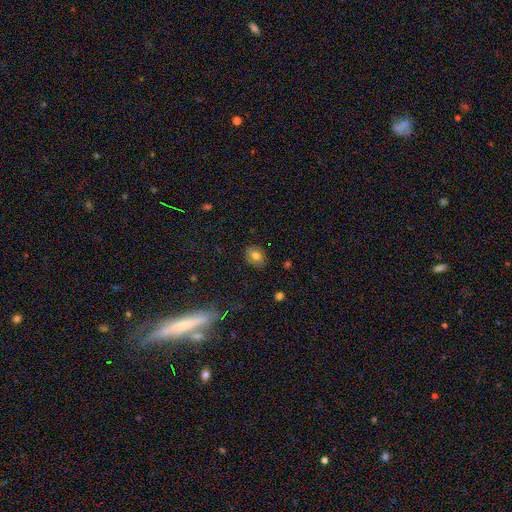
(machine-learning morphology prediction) Smooth or featured: smooth — 73% (featured or disk — 16%)
How rounded: in between — 53% (round — 46%)
Merging: none — 84% (minor disturbance — 12%)